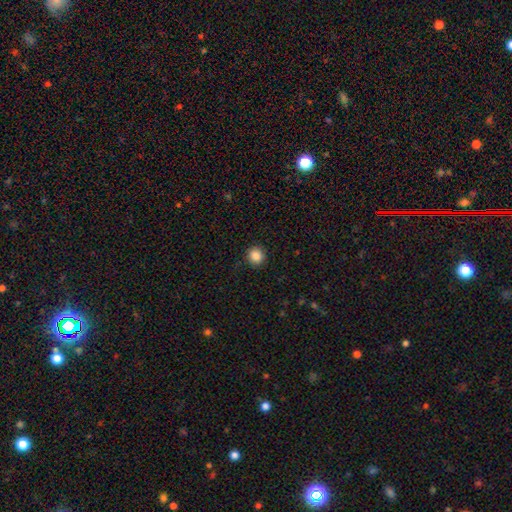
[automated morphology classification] Overall: smooth (86%). How rounded: round (92%). Merging: none (91%).